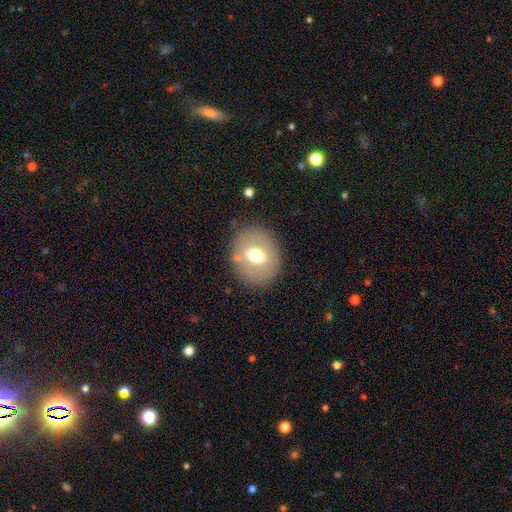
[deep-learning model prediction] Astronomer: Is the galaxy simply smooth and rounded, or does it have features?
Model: smooth — 57% (runner-up: featured or disk, 33%).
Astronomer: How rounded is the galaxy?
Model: round — 60% (runner-up: in between, 39%).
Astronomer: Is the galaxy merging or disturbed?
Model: none — 81%.